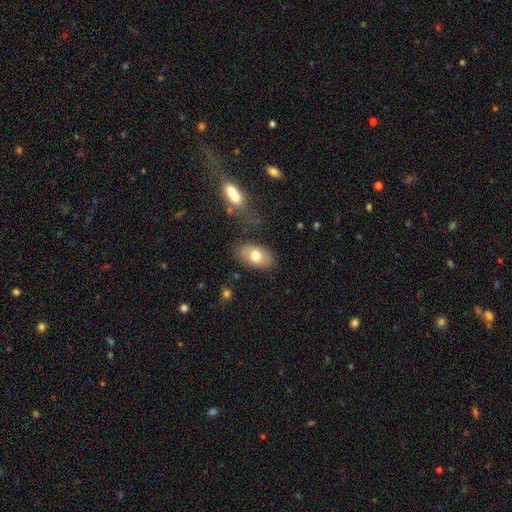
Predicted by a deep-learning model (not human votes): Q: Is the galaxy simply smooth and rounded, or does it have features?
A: smooth — 72%.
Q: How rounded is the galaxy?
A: in between — 91%.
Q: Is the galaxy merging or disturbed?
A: none — 79%.